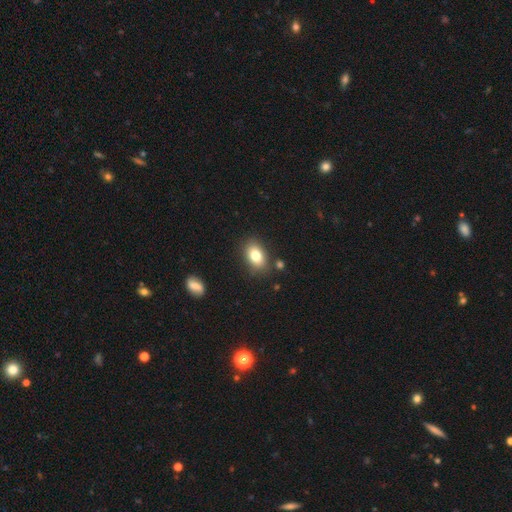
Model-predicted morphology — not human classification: This appears to be a smooth galaxy with no disk features (80%) that is in between round and cigar-shaped (84%). Merging: none (82%).